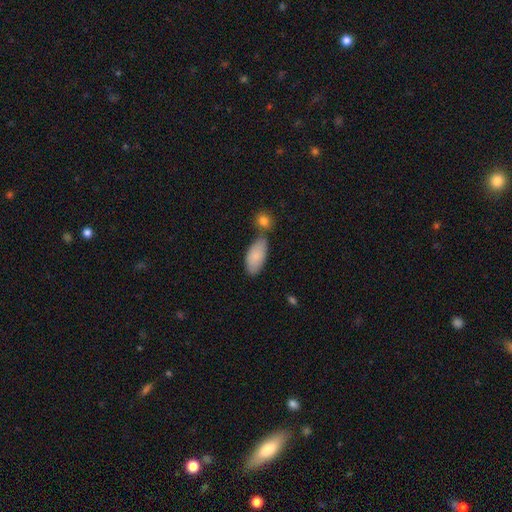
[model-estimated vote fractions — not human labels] Smooth or featured?
  - smooth: 83% *
  - featured or disk: 11%
  - star or artifact: 6%
How rounded?
  - in between: 90% *
  - cigar-shaped: 8%
  - round: 3%
Merging?
  - none: 55% *
  - merger: 23%
  - minor disturbance: 18%
  - major disturbance: 4%